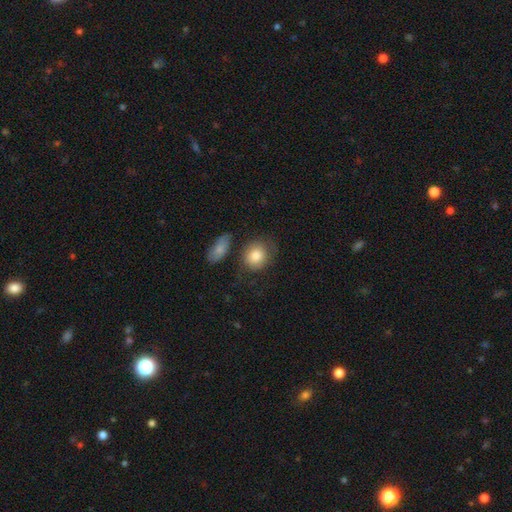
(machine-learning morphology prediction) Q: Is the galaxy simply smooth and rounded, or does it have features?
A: smooth — 83%.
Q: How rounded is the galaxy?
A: round — 67%.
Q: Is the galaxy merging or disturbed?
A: none — 62%.